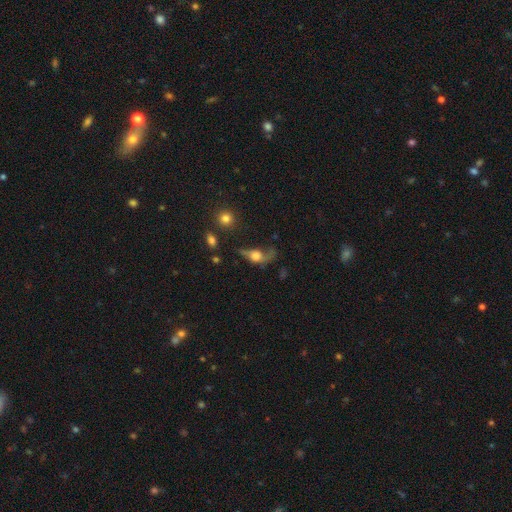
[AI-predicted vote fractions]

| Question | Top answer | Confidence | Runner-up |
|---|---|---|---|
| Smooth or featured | smooth | 49% | featured or disk (39%) |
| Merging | major disturbance | 42% | none (29%) |